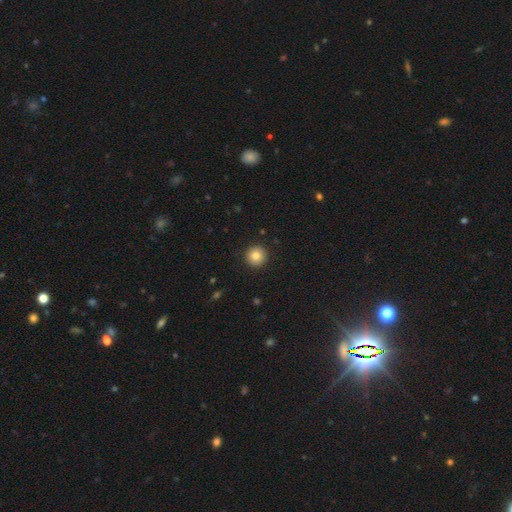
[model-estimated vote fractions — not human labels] Smooth or featured? Predicted: smooth (p=0.83). How rounded? Predicted: round (p=0.96). Merging? Predicted: none (p=0.93).